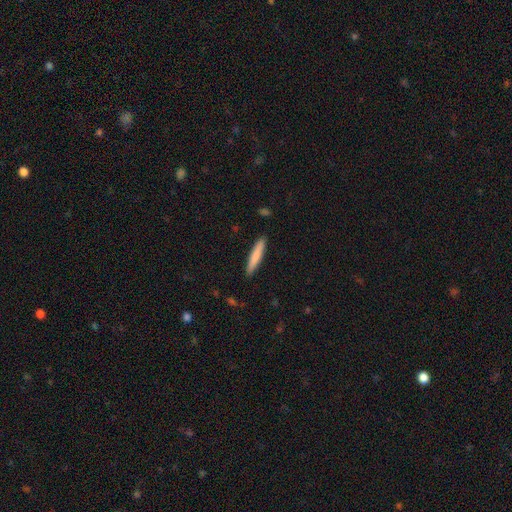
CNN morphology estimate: Smooth or featured: smooth — 79% (featured or disk — 15%)
How rounded: cigar-shaped — 92% (in between — 7%)
Merging: none — 90% (minor disturbance — 7%)